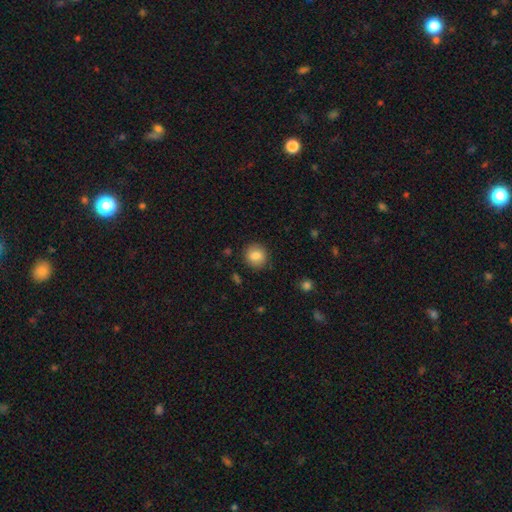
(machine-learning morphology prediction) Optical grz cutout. It shows a smooth galaxy with no disk features (85%) that is round (86%). Merging: none (87%).